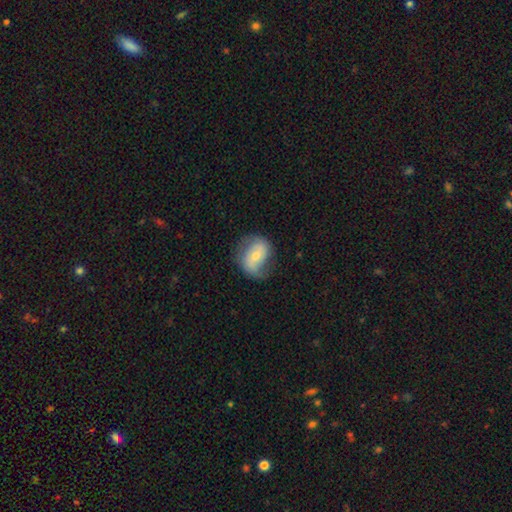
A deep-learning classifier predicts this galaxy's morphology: smooth_or_featured: featured or disk (p=0.55) [alt: smooth p=0.38]
disk_edge_on: no (p=0.96) [alt: yes p=0.04]
bar: no (p=0.53) [alt: weak p=0.33]
has_spiral_arms: yes (p=0.79) [alt: no p=0.21]
bulge_size: moderate (p=0.53) [alt: small p=0.42]
merging: none (p=0.62) [alt: minor disturbance p=0.25]